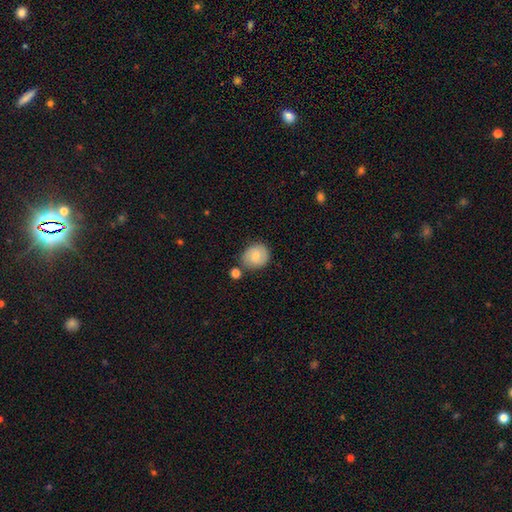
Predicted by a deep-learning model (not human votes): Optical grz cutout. It shows a smooth galaxy with no disk features (76%) that is round (74%). Merging: none (71%).